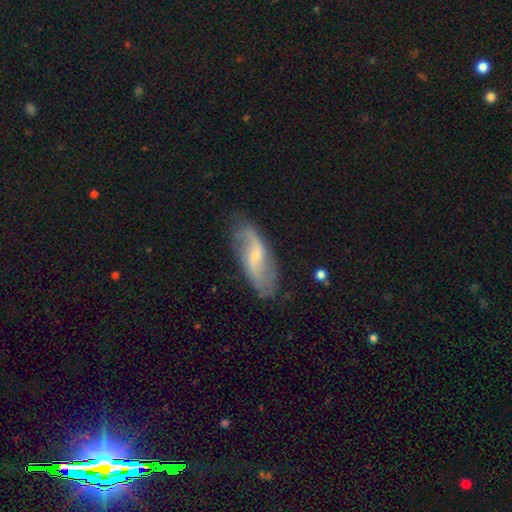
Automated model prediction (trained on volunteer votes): Smooth or featured? Predicted: featured or disk (p=0.72). Edge-on disk? Predicted: no (p=0.89). Bar? Predicted: weak (p=0.48). Spiral arms? Predicted: yes (p=0.91). Spiral winding? Predicted: loose (p=0.63). Spiral arm count? Predicted: 2 (p=0.84). Bulge size? Predicted: small (p=0.63). Merging? Predicted: none (p=0.78).